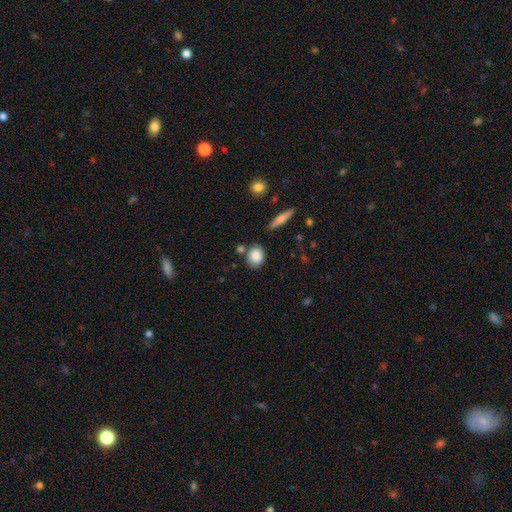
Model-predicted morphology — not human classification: This appears to be a smooth galaxy with no disk features (85%) that is round (54%). Merging: none (74%).